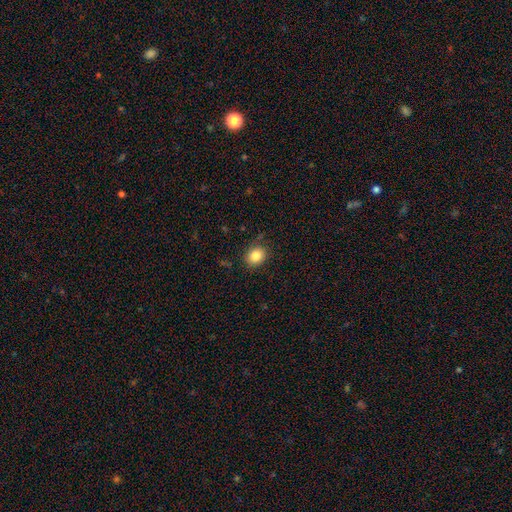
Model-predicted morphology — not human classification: The model was most divided on "how rounded": round: 62%, in between: 37%, cigar-shaped: 1%. More confident: smooth or featured — smooth (84%); merging — none (84%).